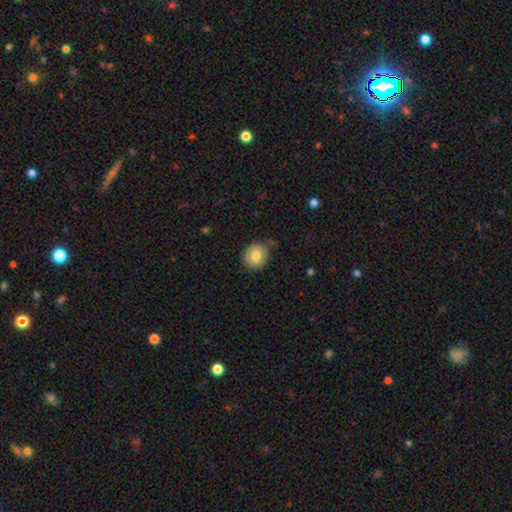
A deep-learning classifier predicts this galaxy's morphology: Smooth or featured: smooth — 78% (featured or disk — 14%)
How rounded: round — 80% (in between — 19%)
Merging: none — 80% (minor disturbance — 15%)